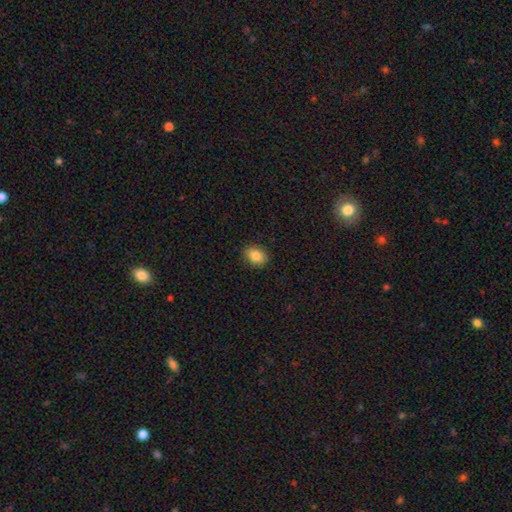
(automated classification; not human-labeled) This is clearly a smooth galaxy (86%). How rounded: likely in between (66%). Merging: clearly none (89%).